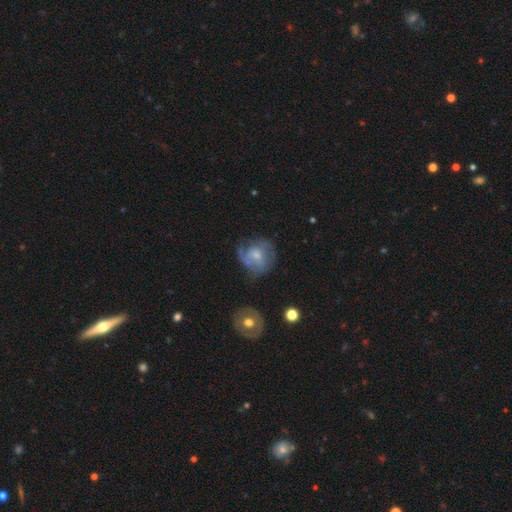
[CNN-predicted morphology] Smooth or featured? Predicted: featured or disk (p=0.50). Edge-on disk? Predicted: no (p=0.97). Merging? Predicted: none (p=0.46).